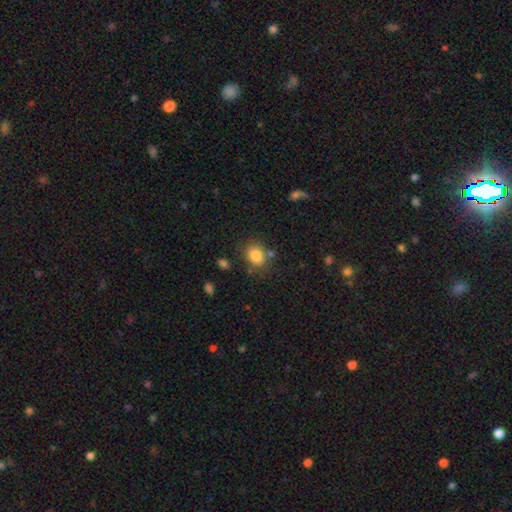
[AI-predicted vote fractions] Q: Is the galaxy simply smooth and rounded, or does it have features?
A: smooth — 84%.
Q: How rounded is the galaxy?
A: in between — 60%.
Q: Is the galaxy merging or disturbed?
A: none — 76%.